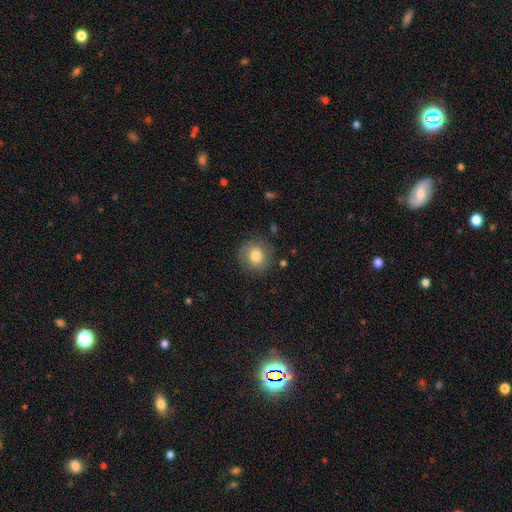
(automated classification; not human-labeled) smooth-or-featured: smooth: 79% | featured or disk: 12% | star or artifact: 9%
  how-rounded: round: 86% | in between: 13% | cigar-shaped: 1%
  merging: none: 82% | minor disturbance: 12% | major disturbance: 4% | merger: 2%